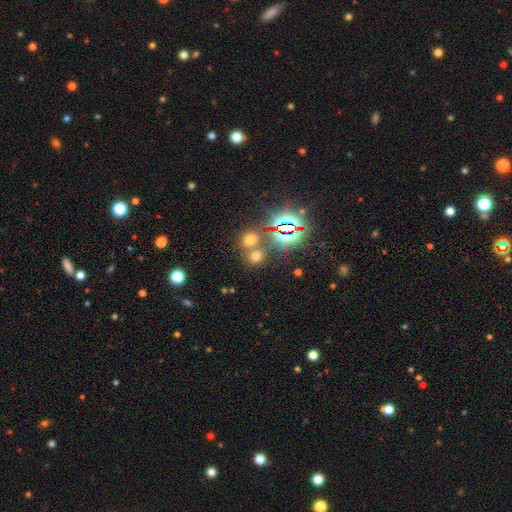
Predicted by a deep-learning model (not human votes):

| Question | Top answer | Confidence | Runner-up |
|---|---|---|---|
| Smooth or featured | smooth | 52% | star or artifact (39%) |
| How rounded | round | 74% | in between (24%) |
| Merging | none | 56% | merger (33%) |